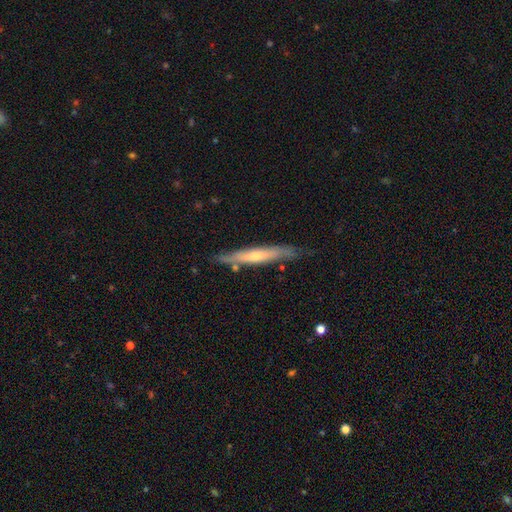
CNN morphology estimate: Smooth or featured? featured or disk (58%)
Edge-on disk? yes (86%)
Merging? none (75%)